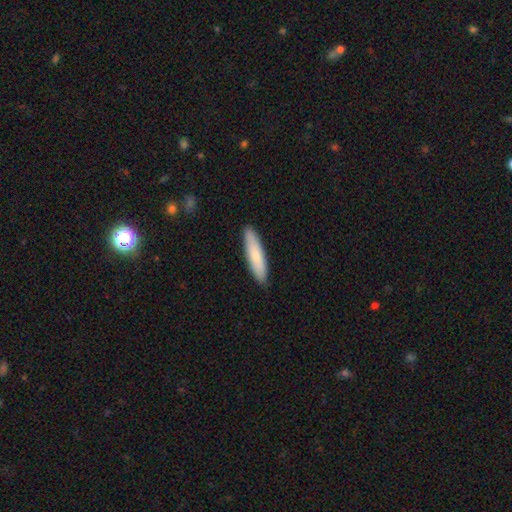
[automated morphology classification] Overall: smooth (76%). How rounded: cigar-shaped (77%). Merging: none (89%).